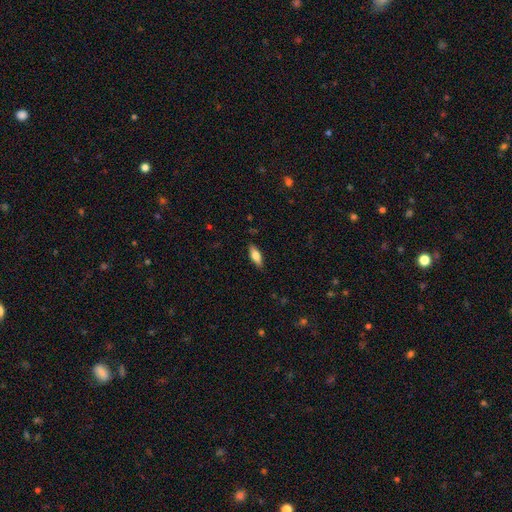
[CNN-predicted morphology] Smooth or featured?
  - smooth: 72% *
  - featured or disk: 22%
  - star or artifact: 6%
How rounded?
  - in between: 65% *
  - cigar-shaped: 33%
  - round: 2%
Merging?
  - none: 86% *
  - minor disturbance: 10%
  - major disturbance: 2%
  - merger: 1%